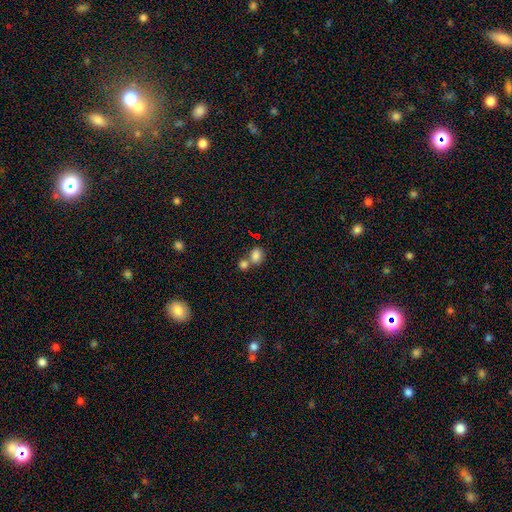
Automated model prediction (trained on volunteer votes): smooth_or_featured: smooth (p=0.82) [alt: star or artifact p=0.10]
how_rounded: in between (p=0.51) [alt: round p=0.48]
merging: merger (p=0.46) [alt: none p=0.41]